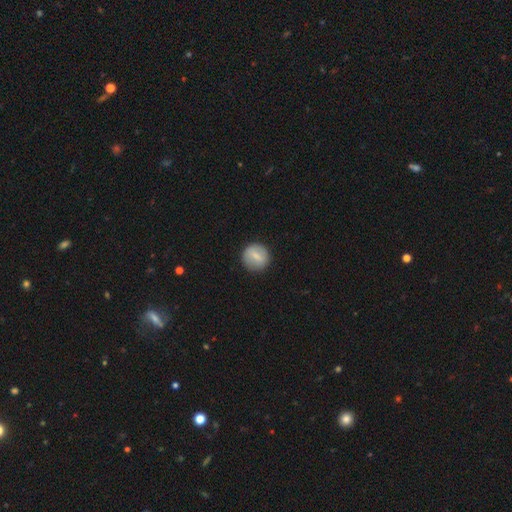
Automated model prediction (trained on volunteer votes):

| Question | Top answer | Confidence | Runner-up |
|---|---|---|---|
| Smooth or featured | smooth | 65% | featured or disk (29%) |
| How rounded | round | 87% | in between (11%) |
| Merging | none | 87% | minor disturbance (9%) |